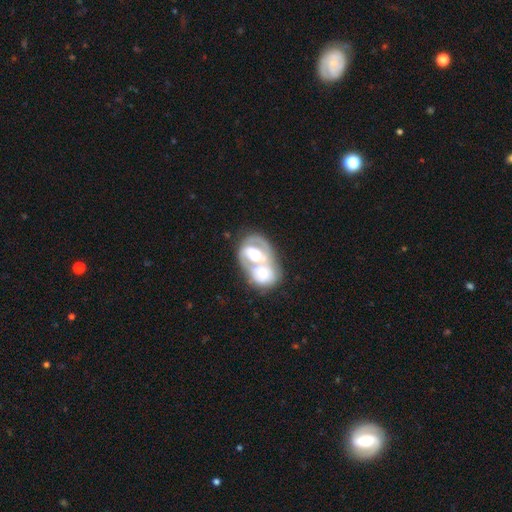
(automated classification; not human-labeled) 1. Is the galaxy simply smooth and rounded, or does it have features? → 65% featured or disk, 29% smooth, 6% star or artifact.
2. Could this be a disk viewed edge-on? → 97% no, 3% yes.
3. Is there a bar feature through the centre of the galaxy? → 60% no, 27% weak, 13% strong.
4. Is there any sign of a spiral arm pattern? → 57% yes, 43% no.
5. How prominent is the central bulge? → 63% moderate, 23% large, 9% small, 3% none, 2% dominant.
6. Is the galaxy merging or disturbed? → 78% merger, 11% none, 6% minor disturbance, 5% major disturbance.